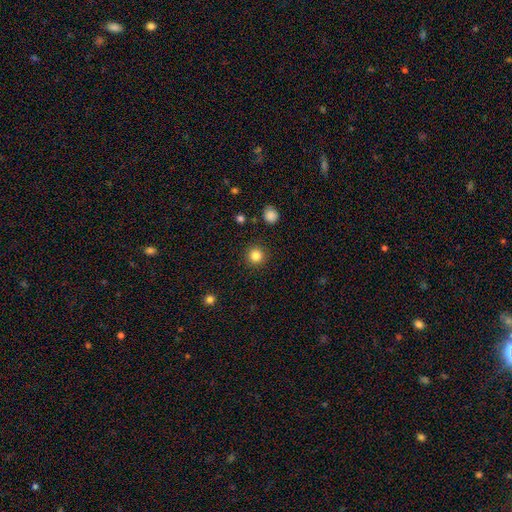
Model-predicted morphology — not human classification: Smooth or featured? Predicted: smooth (p=0.84). How rounded? Predicted: round (p=0.95). Merging? Predicted: none (p=0.92).